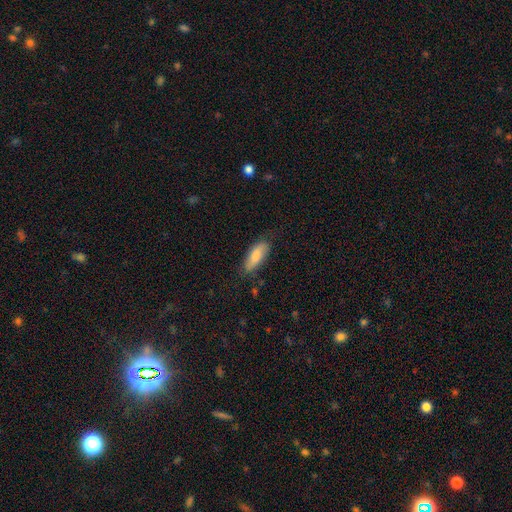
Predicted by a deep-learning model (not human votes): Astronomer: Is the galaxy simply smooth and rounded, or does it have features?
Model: smooth — 79%.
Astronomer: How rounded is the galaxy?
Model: in between — 74%.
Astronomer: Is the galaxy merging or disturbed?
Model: none — 73%.